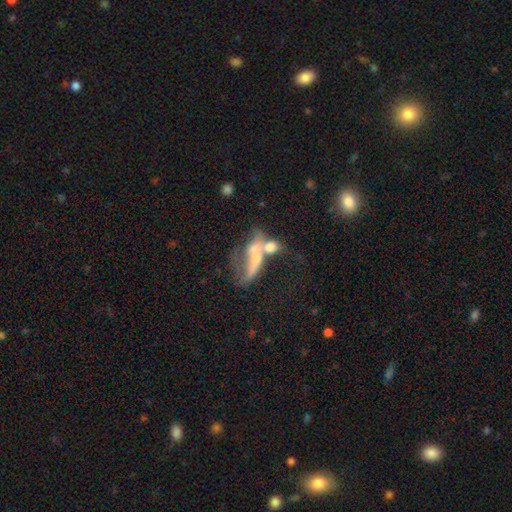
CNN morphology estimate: type=featured or disk (49%); merging=merger (54%).